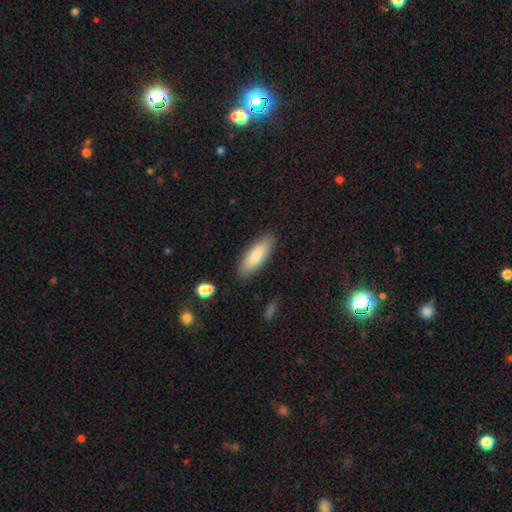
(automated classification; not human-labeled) The model was most divided on "how rounded": in between: 57%, cigar-shaped: 41%, round: 2%. More confident: merging — none (86%); smooth or featured — smooth (81%).